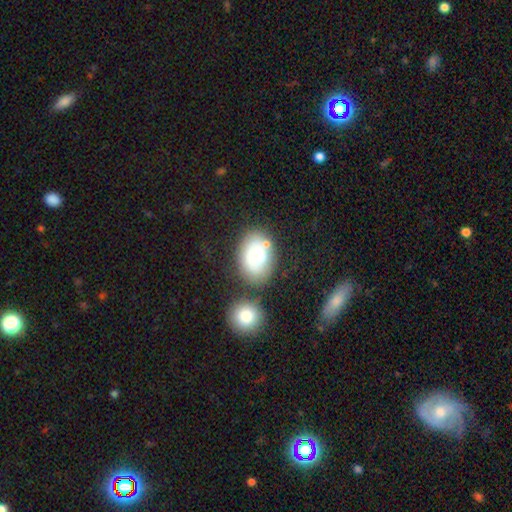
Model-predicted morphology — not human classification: smooth 68%, featured or disk 24%, star or artifact 9%. Down the decision tree: how rounded — in between (66%); merging — none (63%).